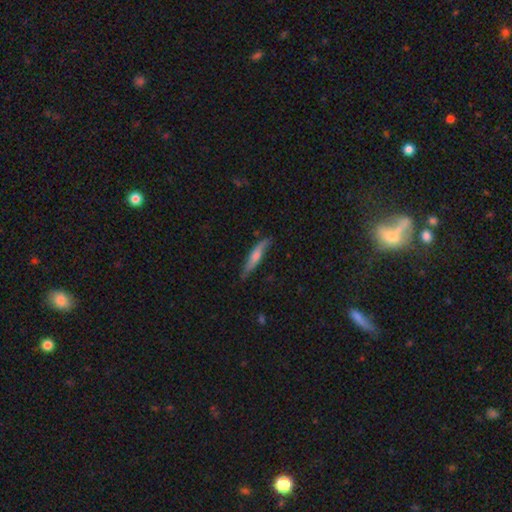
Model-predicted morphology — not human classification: featured or disk 48%, smooth 46%, star or artifact 6%. Down the decision tree: merging — none (74%).